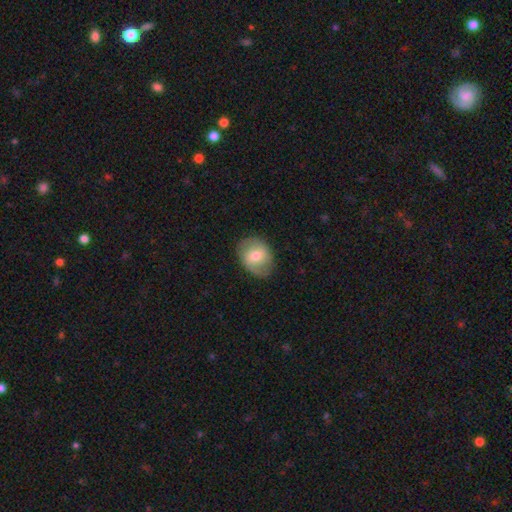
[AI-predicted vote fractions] The model was most divided on "how rounded": in between: 51%, round: 48%, cigar-shaped: 1%. More confident: merging — none (79%); smooth or featured — smooth (54%).